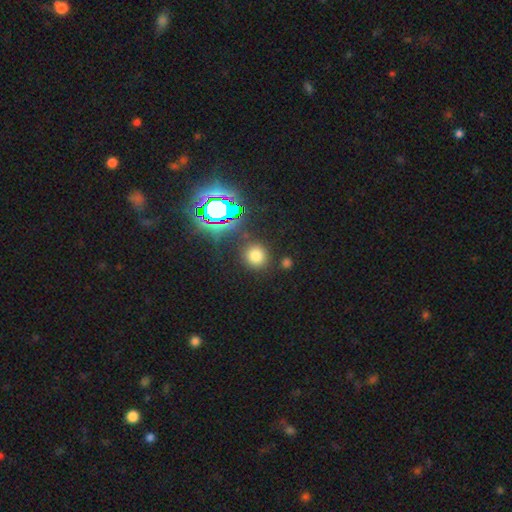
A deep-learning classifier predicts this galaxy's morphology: smooth_or_featured: smooth (p=0.70) [alt: star or artifact p=0.23]
how_rounded: round (p=0.87) [alt: in between p=0.12]
merging: none (p=0.85) [alt: minor disturbance p=0.08]